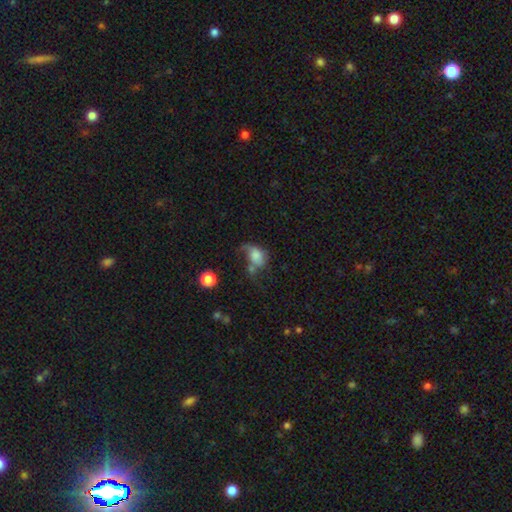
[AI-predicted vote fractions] Q: Smooth or featured?
A: smooth (55%); runner-up: featured or disk (34%)
Q: How rounded?
A: in between (68%); runner-up: round (30%)
Q: Merging?
A: major disturbance (41%); runner-up: none (21%)